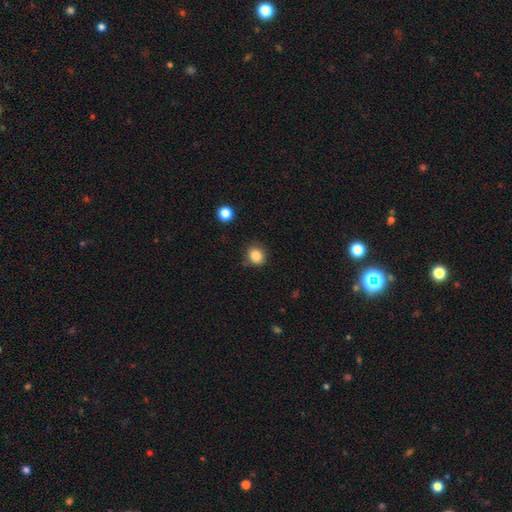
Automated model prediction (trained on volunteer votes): Overall: smooth (85%). How rounded: round (76%). Merging: none (80%).